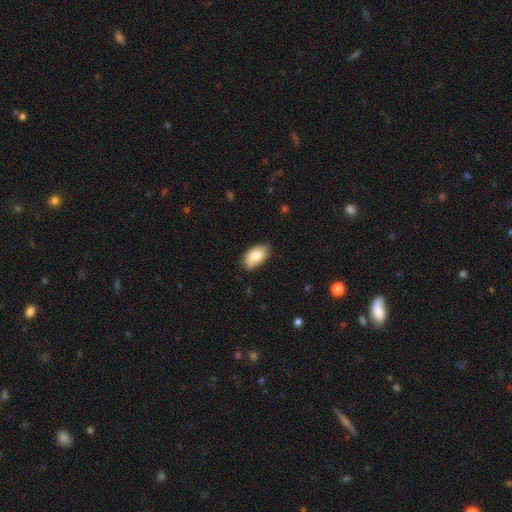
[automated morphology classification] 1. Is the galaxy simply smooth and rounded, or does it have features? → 81% smooth, 13% featured or disk, 6% star or artifact.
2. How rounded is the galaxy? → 94% in between, 4% round, 2% cigar-shaped.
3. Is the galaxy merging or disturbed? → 80% none, 16% minor disturbance, 3% major disturbance, 1% merger.